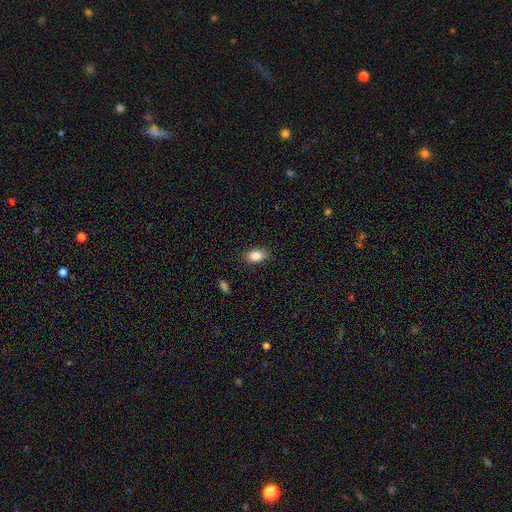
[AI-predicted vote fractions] Overall: smooth (87%). How rounded: in between (88%). Merging: none (85%).